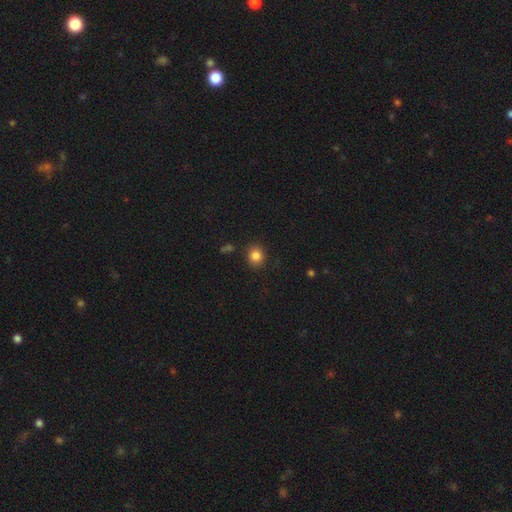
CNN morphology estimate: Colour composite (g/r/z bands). It shows a smooth galaxy with no disk features (84%) that is round (79%). Merging: none (87%).